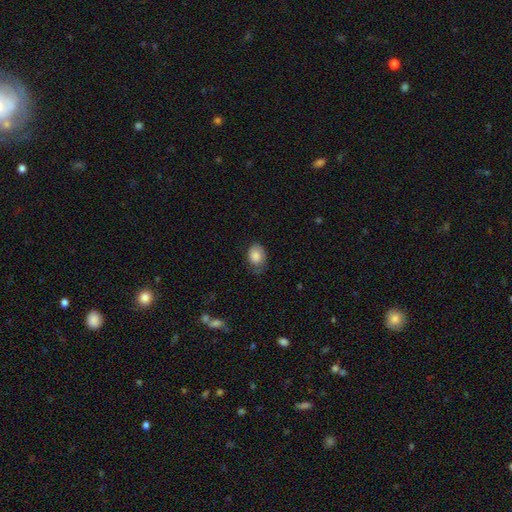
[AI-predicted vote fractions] Morphology: type=smooth (82%); roundness=in between (70%); merging=none (53%).